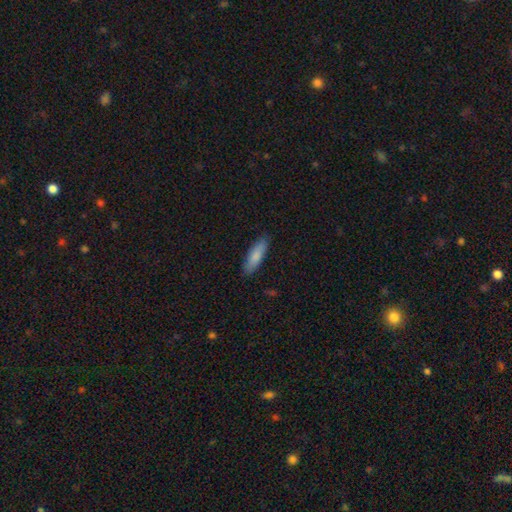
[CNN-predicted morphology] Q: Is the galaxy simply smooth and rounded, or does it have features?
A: smooth — 84%.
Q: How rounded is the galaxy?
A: cigar-shaped — 57%.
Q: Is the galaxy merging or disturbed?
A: none — 87%.